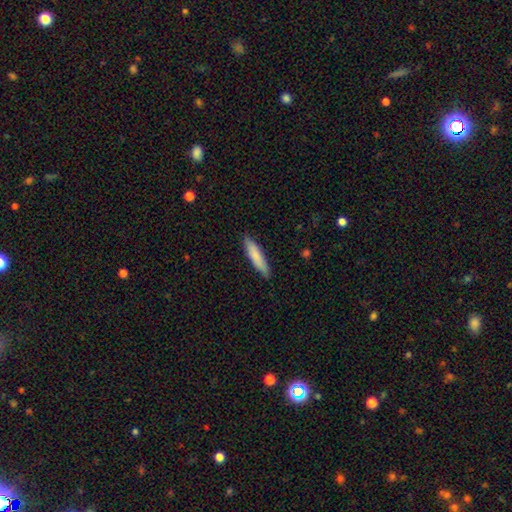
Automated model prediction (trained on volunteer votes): Overall: smooth (79%). How rounded: cigar-shaped (84%). Merging: none (86%).